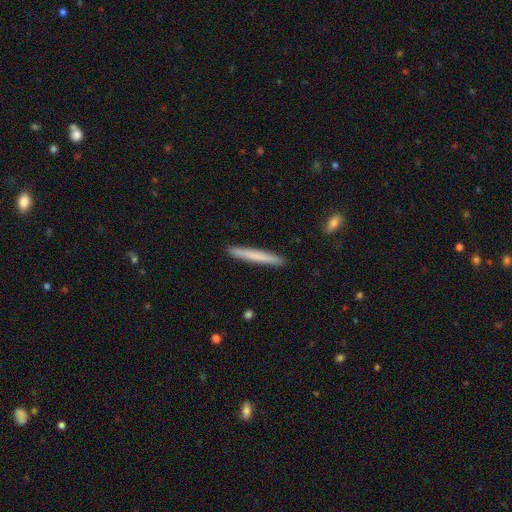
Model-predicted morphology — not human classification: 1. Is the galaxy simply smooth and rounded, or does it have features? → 70% smooth, 24% featured or disk, 6% star or artifact.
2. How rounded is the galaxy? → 97% cigar-shaped, 2% in between, 1% round.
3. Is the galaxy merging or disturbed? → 92% none, 5% minor disturbance, 1% major disturbance, 1% merger.